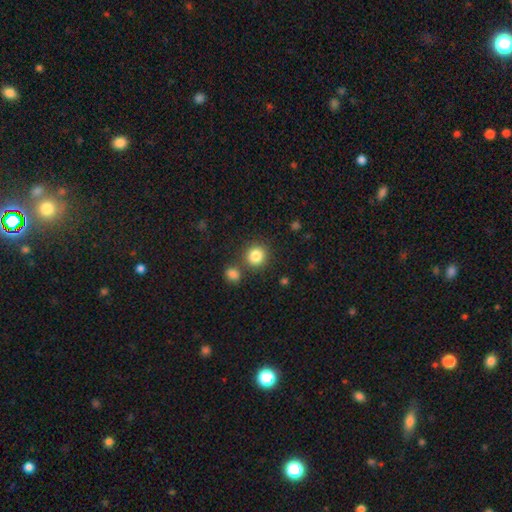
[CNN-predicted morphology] type=smooth (84%); roundness=round (89%); merging=none (76%).